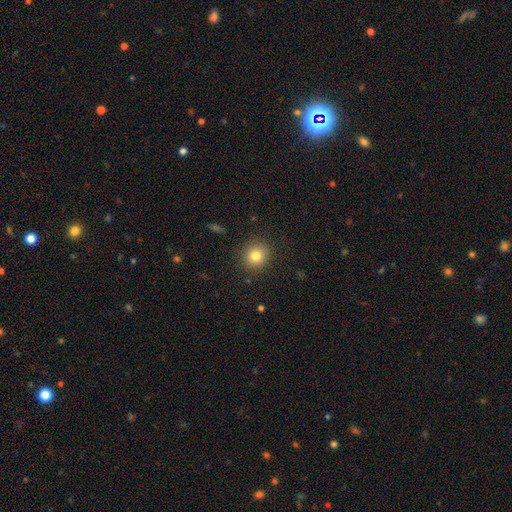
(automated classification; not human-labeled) Smooth or featured: smooth — 80% (star or artifact — 12%)
How rounded: round — 88% (in between — 11%)
Merging: none — 89% (minor disturbance — 7%)